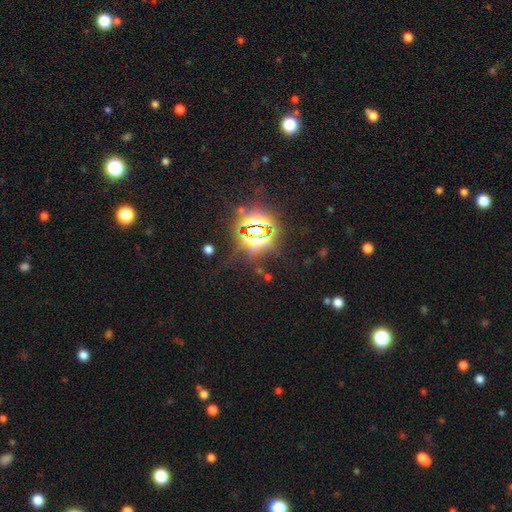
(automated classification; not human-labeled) The model was most divided on "smooth or featured": star or artifact: 82%, smooth: 11%, featured or disk: 7%.